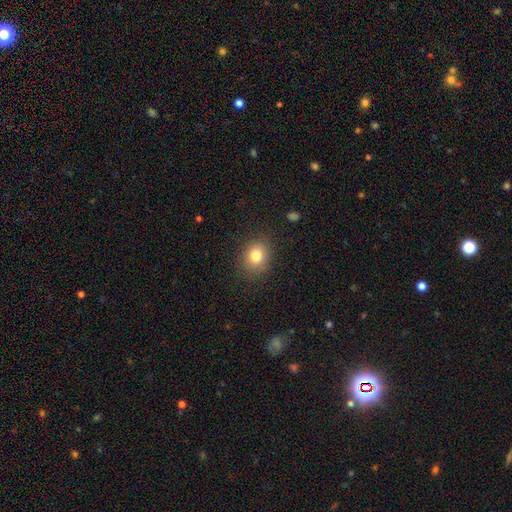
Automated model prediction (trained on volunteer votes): A smooth galaxy with no disk features (79%) that is round (59%). Merging: none (85%).